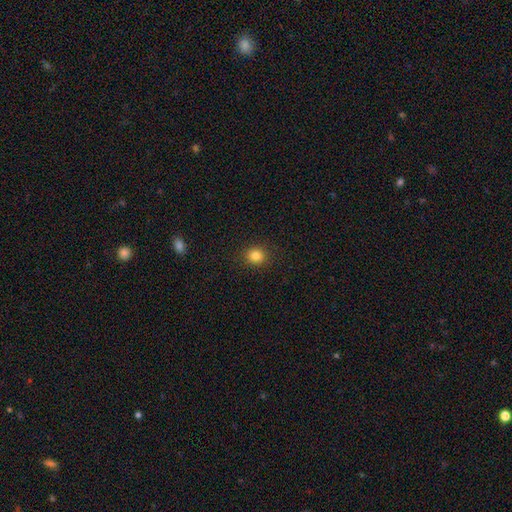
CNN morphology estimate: This appears to be a smooth galaxy with no disk features (83%) that is round (85%). Merging: none (91%).